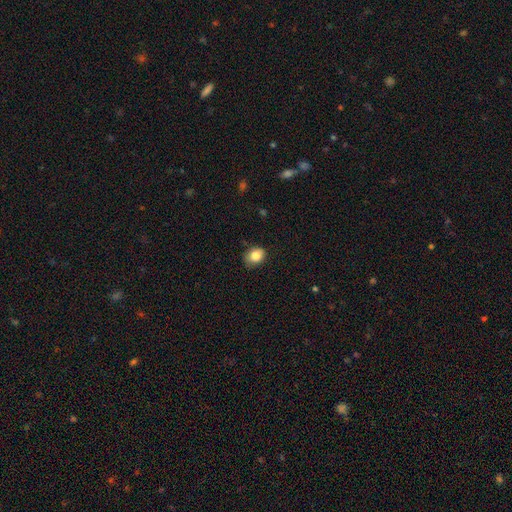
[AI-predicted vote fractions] smooth_or_featured: smooth (p=0.83) [alt: star or artifact p=0.09]
how_rounded: in between (p=0.55) [alt: round p=0.44]
merging: none (p=0.76) [alt: minor disturbance p=0.19]